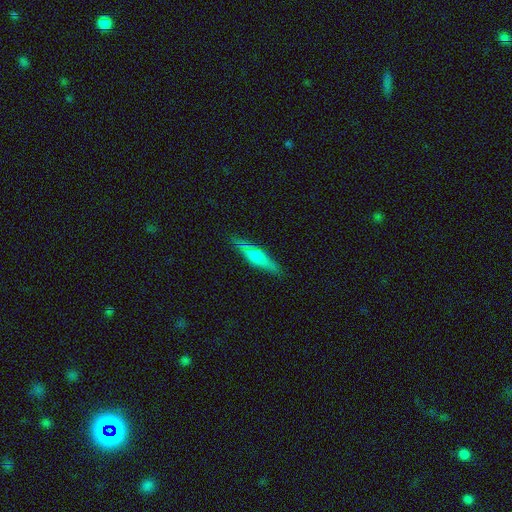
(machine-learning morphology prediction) Smooth or featured? smooth (50%)
How rounded? cigar-shaped (73%)
Merging? none (85%)